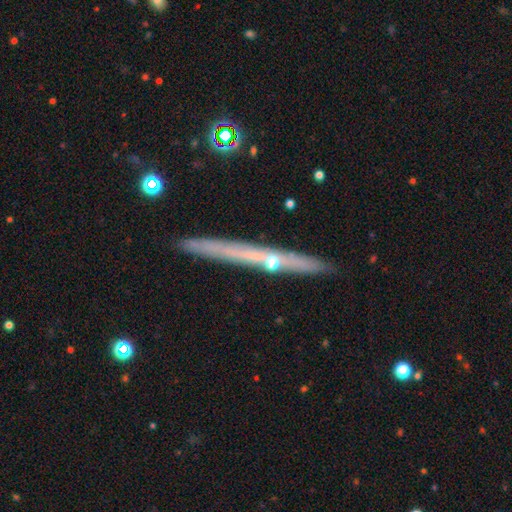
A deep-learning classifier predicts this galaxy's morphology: A featured or disk galaxy (63%) viewed edge-on (96%) with no central bulge (63%).

Vote fractions:
- Smooth or featured? featured or disk: 63% / smooth: 29% / star or artifact: 8%
- Edge-on disk? yes: 96% / no: 4%
- Edge-on bulge? none: 63% / rounded: 34% / boxy: 3%
- Merging? none: 86% / minor disturbance: 9% / merger: 3% / major disturbance: 2%